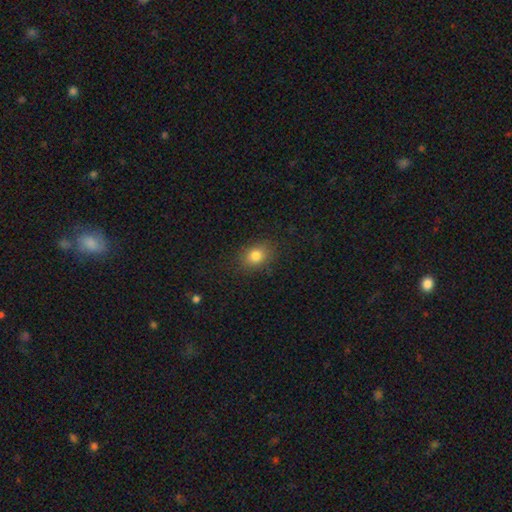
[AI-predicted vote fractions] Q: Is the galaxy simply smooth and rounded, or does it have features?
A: smooth — 81%.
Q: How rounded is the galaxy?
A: in between — 56%.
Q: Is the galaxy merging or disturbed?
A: none — 85%.